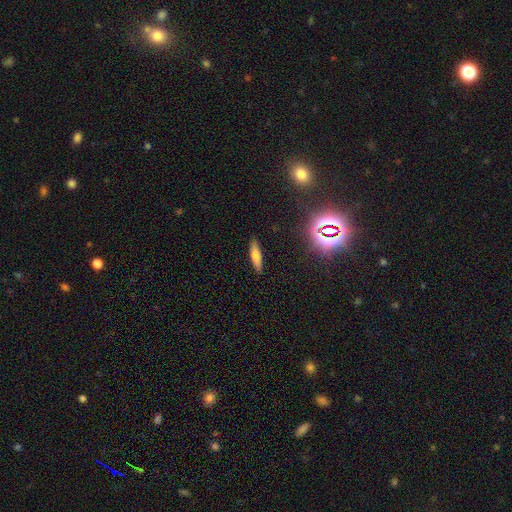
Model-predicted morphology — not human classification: smooth-or-featured: smooth: 67% | featured or disk: 21% | star or artifact: 12%
  how-rounded: cigar-shaped: 74% | in between: 24% | round: 2%
  merging: none: 89% | minor disturbance: 8% | major disturbance: 2% | merger: 1%